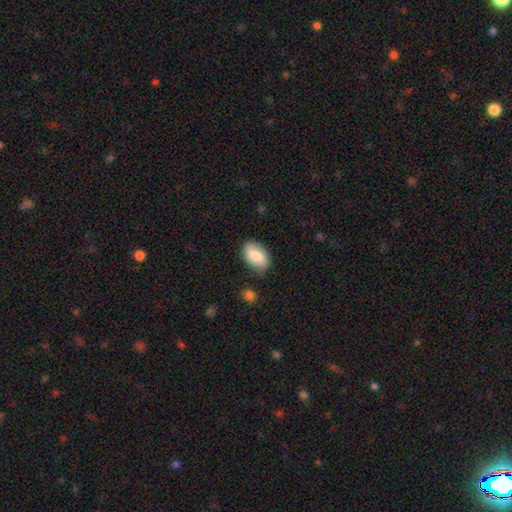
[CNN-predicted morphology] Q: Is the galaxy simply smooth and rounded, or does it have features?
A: smooth — 72%.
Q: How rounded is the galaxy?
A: in between — 90%.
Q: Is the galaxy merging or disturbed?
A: none — 77%.